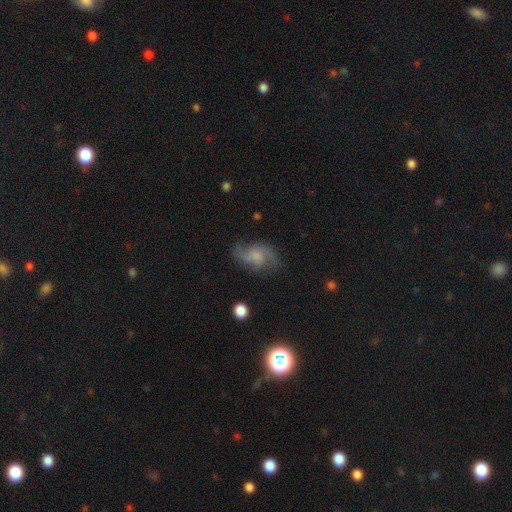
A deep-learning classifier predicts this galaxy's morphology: Q: Smooth or featured?
A: featured or disk (67%); runner-up: smooth (23%)
Q: Edge-on disk?
A: no (97%); runner-up: yes (3%)
Q: Bar?
A: no (61%); runner-up: weak (33%)
Q: Spiral arms?
A: yes (90%); runner-up: no (10%)
Q: Spiral winding?
A: loose (53%); runner-up: medium (37%)
Q: Spiral arm count?
A: 2 (68%); runner-up: can't tell (12%)
Q: Bulge size?
A: none (41%); runner-up: small (26%)
Q: Merging?
A: none (64%); runner-up: minor disturbance (21%)